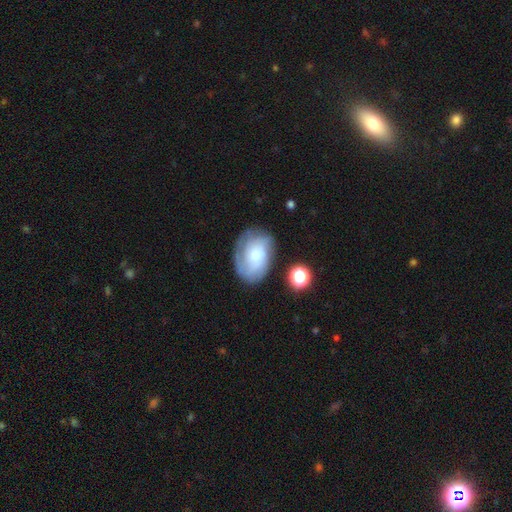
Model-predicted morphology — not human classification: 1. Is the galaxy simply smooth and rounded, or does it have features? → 58% featured or disk, 33% smooth, 8% star or artifact.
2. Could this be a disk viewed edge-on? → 96% no, 4% yes.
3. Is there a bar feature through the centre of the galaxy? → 73% no, 23% weak, 3% strong.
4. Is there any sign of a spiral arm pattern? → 84% yes, 16% no.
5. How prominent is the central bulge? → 51% moderate, 36% small, 9% large, 3% none, 2% dominant.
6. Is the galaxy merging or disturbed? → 66% none, 21% minor disturbance, 9% major disturbance, 3% merger.